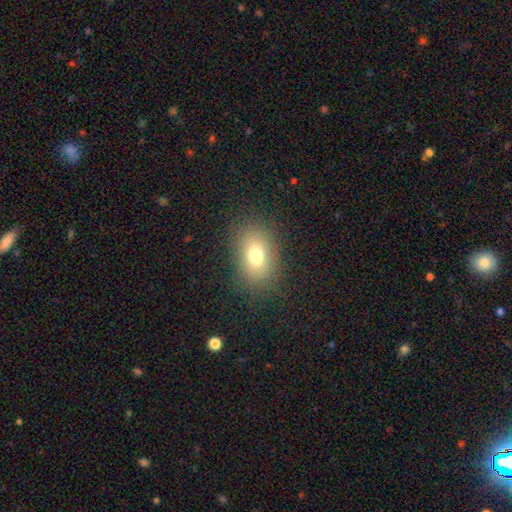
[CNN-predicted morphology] smooth 74%, star or artifact 13%, featured or disk 12%. Down the decision tree: how rounded — in between (75%); merging — none (85%).